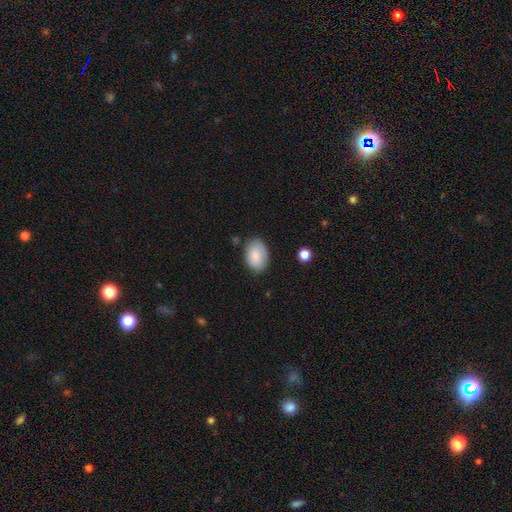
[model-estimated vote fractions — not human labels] Overall: smooth (86%). How rounded: in between (86%). Merging: none (77%).